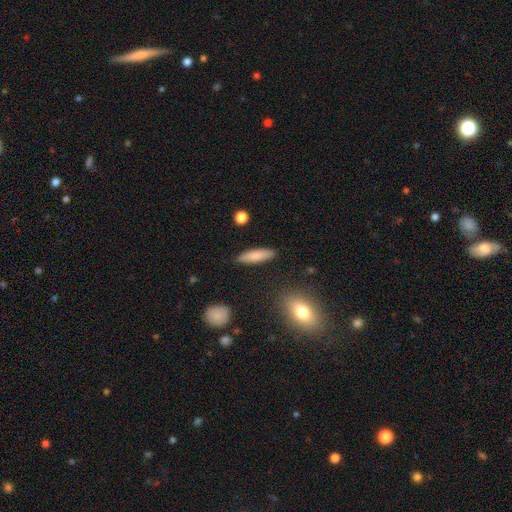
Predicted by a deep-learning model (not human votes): smooth_or_featured: smooth (p=0.81) [alt: featured or disk p=0.13]
how_rounded: cigar-shaped (p=0.68) [alt: in between p=0.30]
merging: none (p=0.87) [alt: minor disturbance p=0.09]